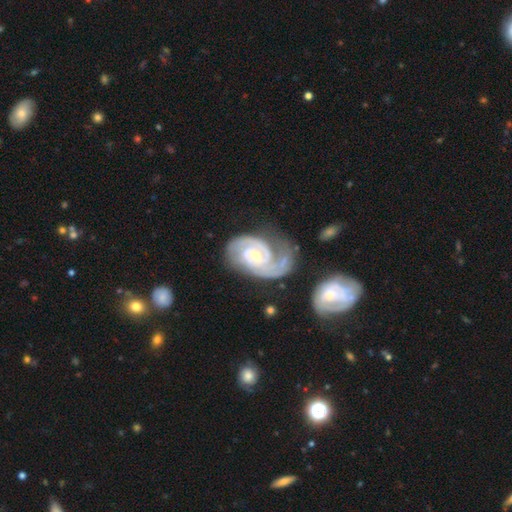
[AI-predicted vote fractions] Smooth or featured? featured or disk (91%)
Edge-on disk? no (97%)
Bar? no (49%)
Spiral arms? yes (98%)
Spiral winding? tight (61%)
Spiral arm count? 2 (73%)
Bulge size? moderate (51%)
Merging? none (49%)